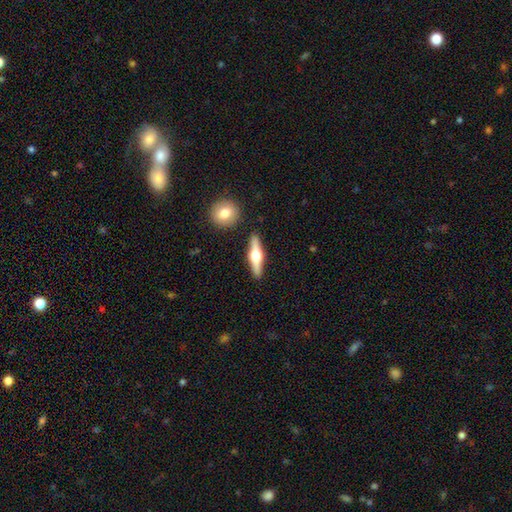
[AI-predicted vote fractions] Smooth or featured? Predicted: featured or disk (p=0.67). Edge-on disk? Predicted: yes (p=0.96). Edge-on bulge? Predicted: rounded (p=0.95). Merging? Predicted: none (p=0.88).